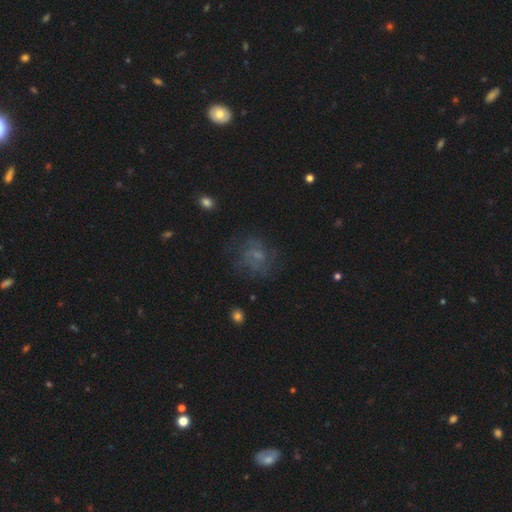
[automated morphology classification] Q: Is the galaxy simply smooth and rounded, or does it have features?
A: featured or disk — 41%.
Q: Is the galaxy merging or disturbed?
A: none — 63%.